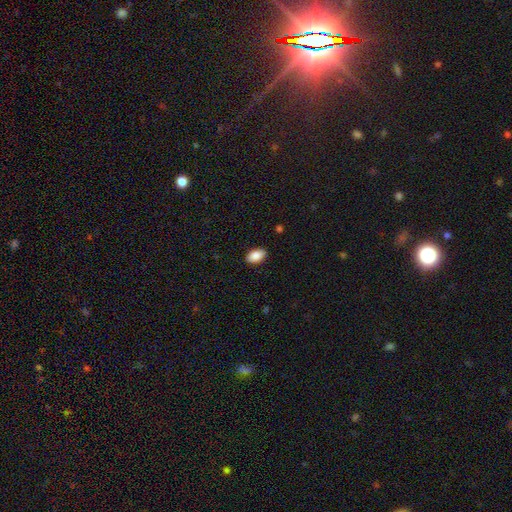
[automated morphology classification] smooth_or_featured: smooth (p=0.88) [alt: star or artifact p=0.07]
how_rounded: in between (p=0.93) [alt: round p=0.06]
merging: none (p=0.89) [alt: minor disturbance p=0.08]